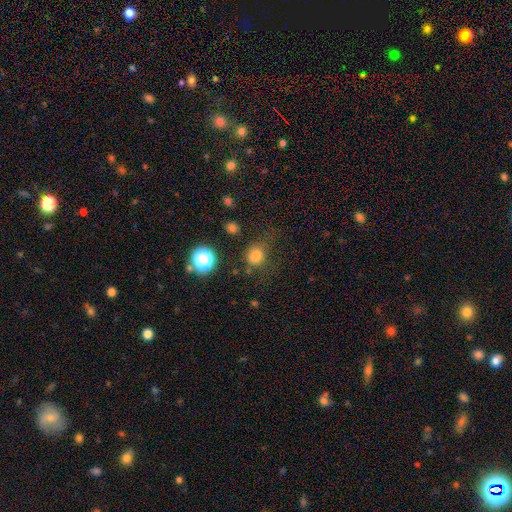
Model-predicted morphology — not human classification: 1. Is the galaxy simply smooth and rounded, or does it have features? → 77% smooth, 17% star or artifact, 6% featured or disk.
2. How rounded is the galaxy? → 78% round, 21% in between, 1% cigar-shaped.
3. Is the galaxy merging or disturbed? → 65% none, 19% minor disturbance, 11% major disturbance, 5% merger.